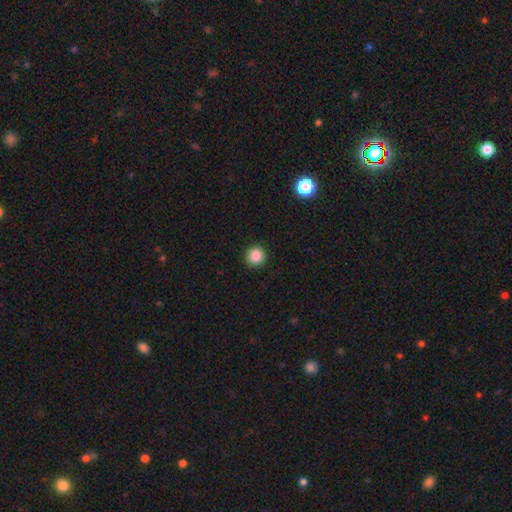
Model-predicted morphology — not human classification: smooth-or-featured: smooth: 87% | star or artifact: 10% | featured or disk: 3%
  how-rounded: round: 94% | in between: 6% | cigar-shaped: 1%
  merging: none: 91% | minor disturbance: 6% | major disturbance: 2% | merger: 1%